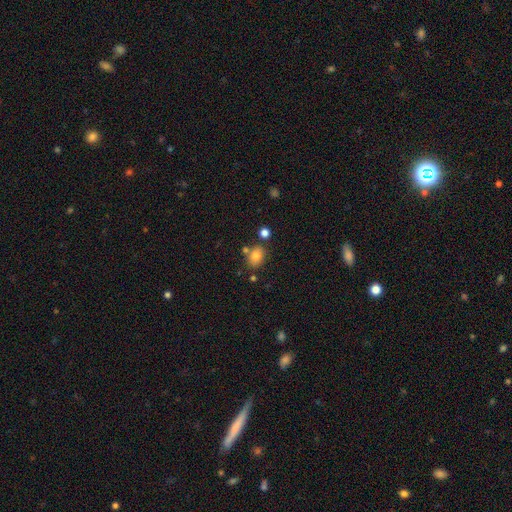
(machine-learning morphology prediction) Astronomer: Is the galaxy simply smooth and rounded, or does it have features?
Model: smooth — 80%.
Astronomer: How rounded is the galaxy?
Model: in between — 67%.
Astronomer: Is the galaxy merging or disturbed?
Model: none — 72%.